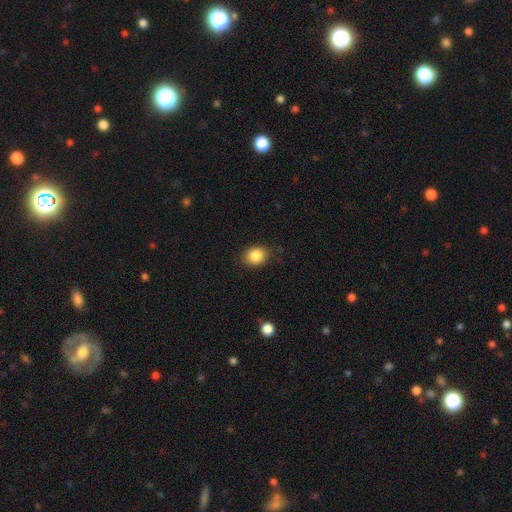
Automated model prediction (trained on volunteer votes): smooth_or_featured: smooth (p=0.86) [alt: star or artifact p=0.09]
how_rounded: round (p=0.50) [alt: in between p=0.49]
merging: none (p=0.82) [alt: minor disturbance p=0.14]